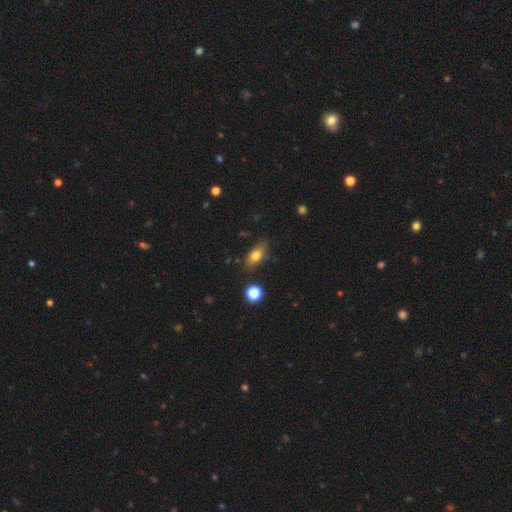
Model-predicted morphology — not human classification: This appears to be a smooth galaxy with no disk features (74%) that is in between round and cigar-shaped (78%). Merging: none (79%).